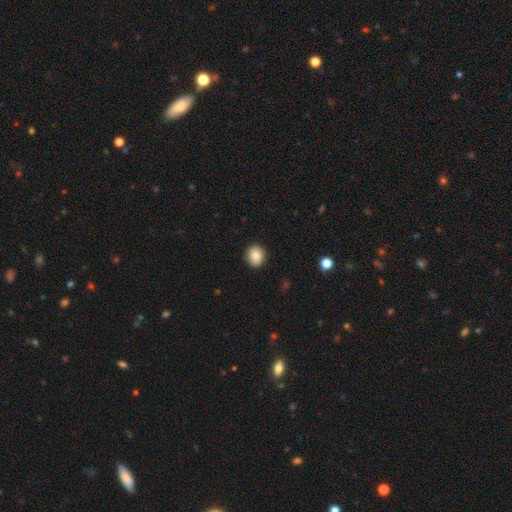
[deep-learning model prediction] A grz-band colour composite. It shows a smooth galaxy with no disk features (84%) that is round (77%). Merging: none (89%).